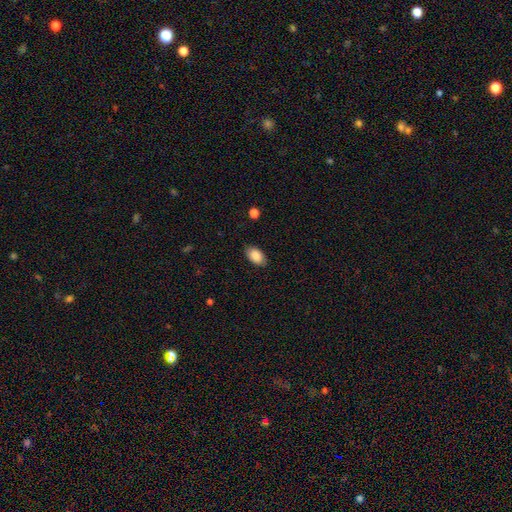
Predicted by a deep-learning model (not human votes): This is clearly a smooth galaxy (87%). How rounded: clearly in between (93%). Merging: clearly none (86%).